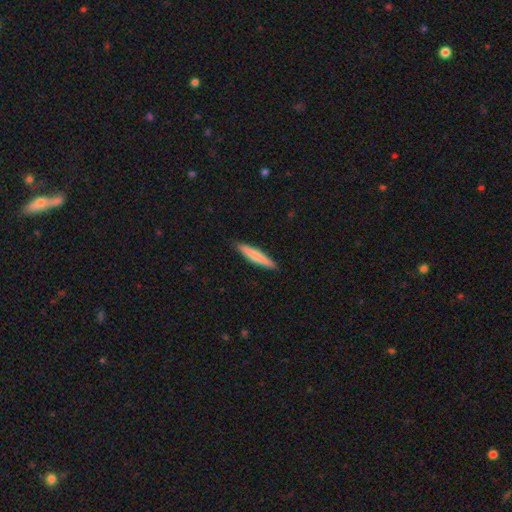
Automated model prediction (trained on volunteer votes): A smooth galaxy with no disk features (74%) that is cigar-shaped (93%). Merging: none (90%).